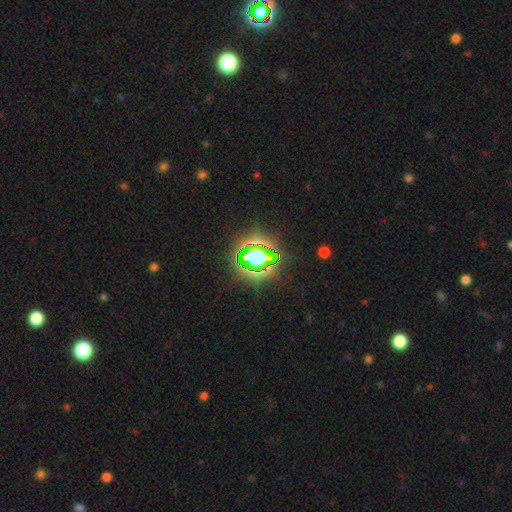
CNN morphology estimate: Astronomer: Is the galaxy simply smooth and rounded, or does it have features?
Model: star or artifact — 70%.